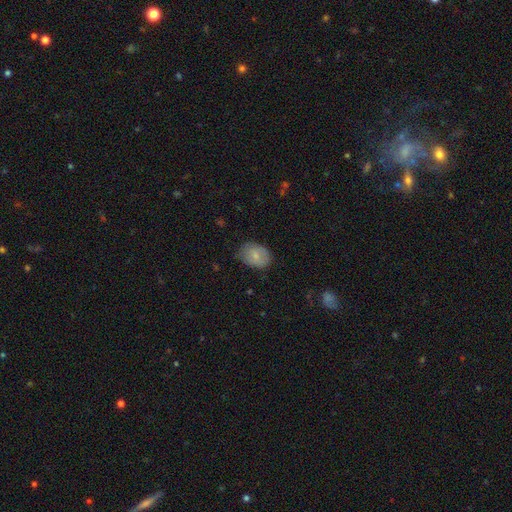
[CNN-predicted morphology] This appears to be a smooth galaxy with no disk features (74%) that is in between round and cigar-shaped (70%). Merging: none (72%).